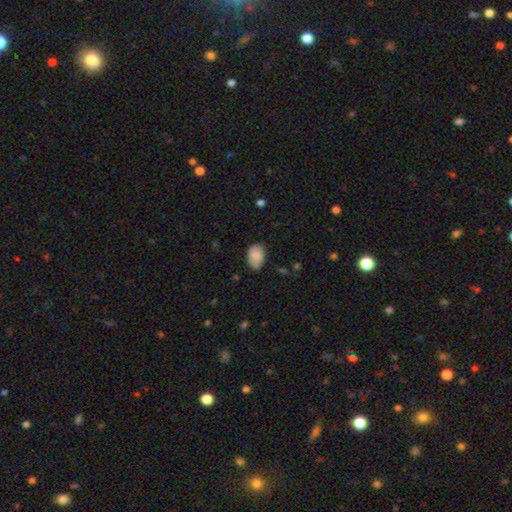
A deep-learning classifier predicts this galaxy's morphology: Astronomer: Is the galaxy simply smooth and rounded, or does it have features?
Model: smooth — 86%.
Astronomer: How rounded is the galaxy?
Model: in between — 81%.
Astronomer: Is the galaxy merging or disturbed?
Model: none — 76%.